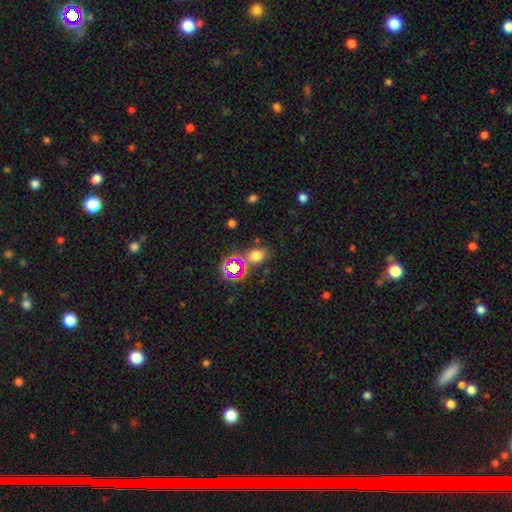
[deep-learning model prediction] A smooth galaxy with no disk features (64%) that is in between round and cigar-shaped (53%).

Vote fractions:
- Smooth or featured? smooth: 64% / star or artifact: 28% / featured or disk: 8%
- How rounded? in between: 53% / round: 46% / cigar-shaped: 2%
- Merging? none: 68% / minor disturbance: 13% / merger: 13% / major disturbance: 6%